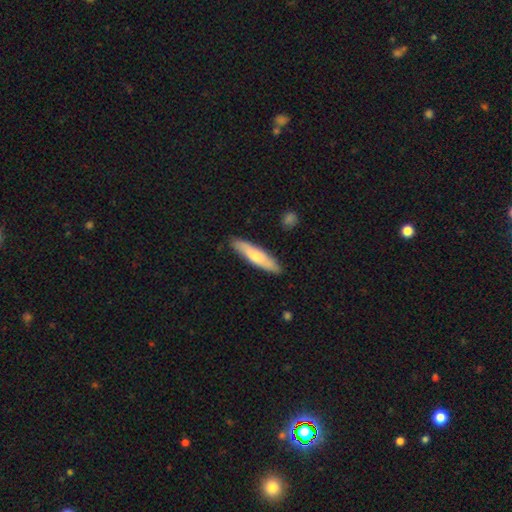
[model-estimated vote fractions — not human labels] The model was most divided on "smooth or featured": smooth: 65%, featured or disk: 30%, star or artifact: 5%. More confident: merging — none (88%); how rounded — cigar-shaped (82%).